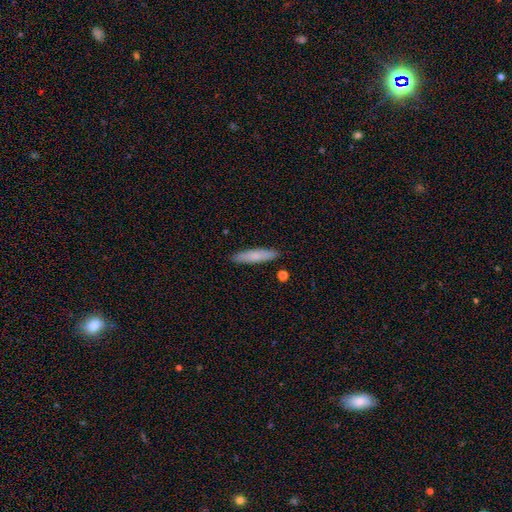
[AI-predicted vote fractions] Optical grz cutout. It shows a smooth galaxy with no disk features (73%) that is cigar-shaped (85%). Merging: none (89%).